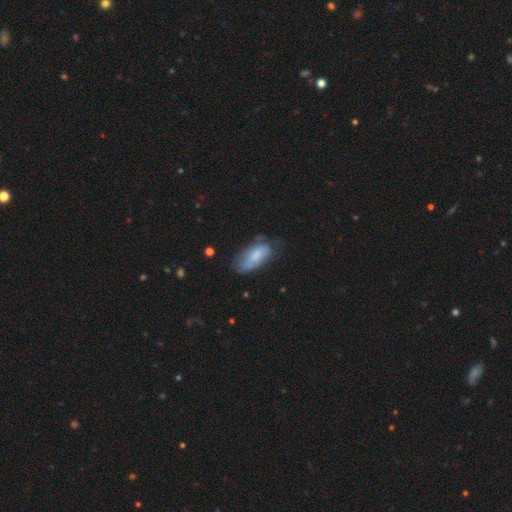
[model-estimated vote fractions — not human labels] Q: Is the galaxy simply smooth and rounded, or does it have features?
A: smooth — 72%.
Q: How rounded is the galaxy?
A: in between — 87%.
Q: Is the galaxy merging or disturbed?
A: none — 52%.